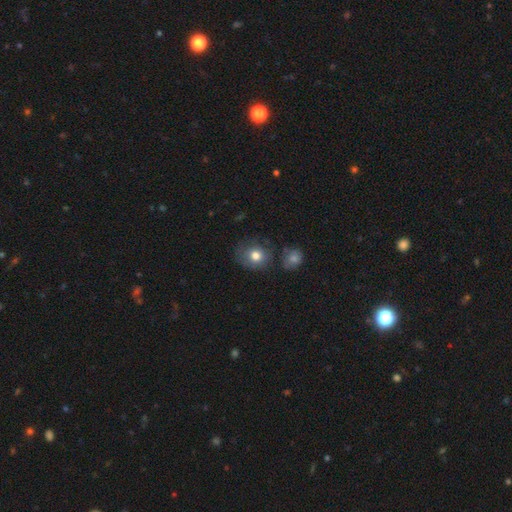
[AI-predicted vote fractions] This is likely a smooth galaxy (77%). How rounded: likely round (77%). Merging: likely none (69%).